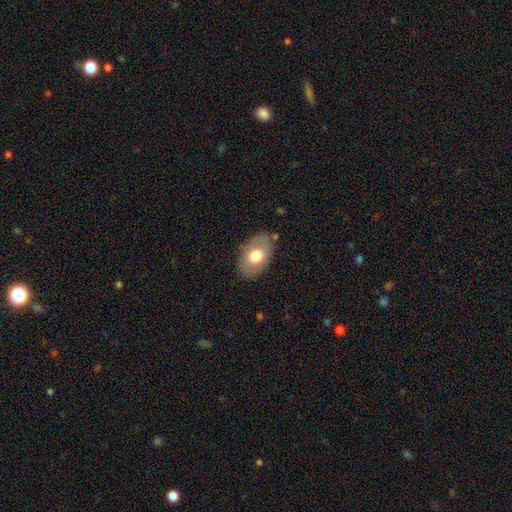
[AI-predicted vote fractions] smooth 69%, featured or disk 25%, star or artifact 6%. Down the decision tree: how rounded — in between (90%); merging — none (80%).